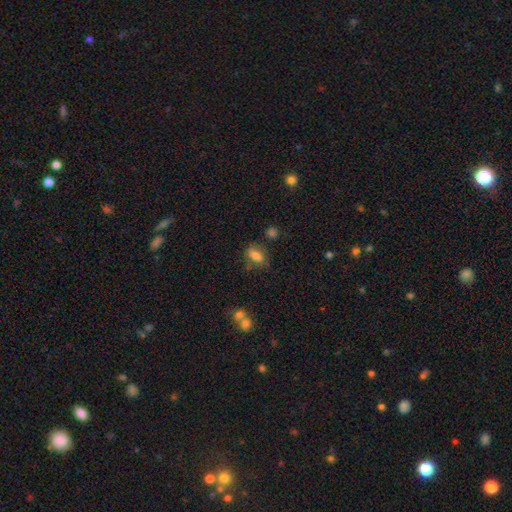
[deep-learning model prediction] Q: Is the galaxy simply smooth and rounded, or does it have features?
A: smooth — 76%.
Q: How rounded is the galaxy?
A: in between — 82%.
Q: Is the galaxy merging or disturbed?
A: none — 62%.